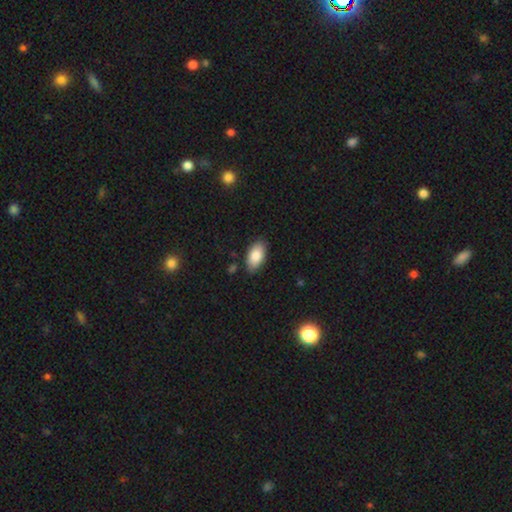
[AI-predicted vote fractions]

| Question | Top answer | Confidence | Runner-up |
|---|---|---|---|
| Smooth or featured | smooth | 86% | featured or disk (8%) |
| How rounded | in between | 94% | cigar-shaped (3%) |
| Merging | none | 85% | minor disturbance (11%) |